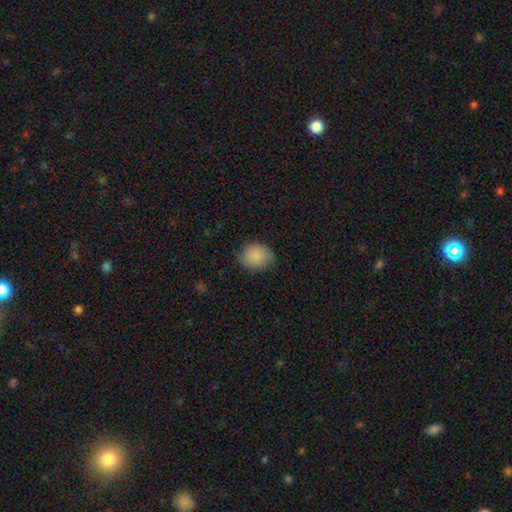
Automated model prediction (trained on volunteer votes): A smooth galaxy with no disk features (87%) that is round (65%).

Vote fractions:
- Smooth or featured? smooth: 87% / star or artifact: 8% / featured or disk: 5%
- How rounded? round: 65% / in between: 35% / cigar-shaped: 1%
- Merging? none: 71% / minor disturbance: 23% / major disturbance: 4% / merger: 1%